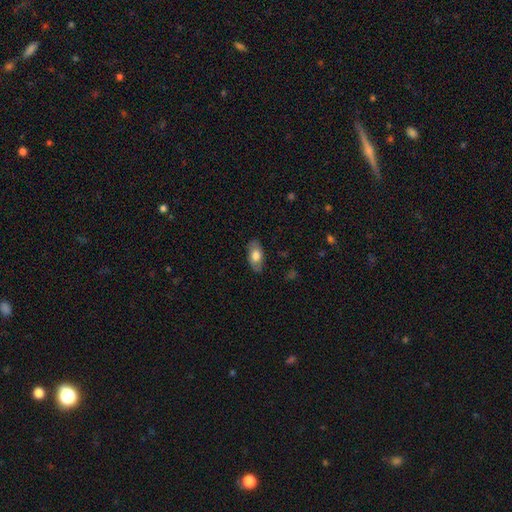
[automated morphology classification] This appears to be a smooth galaxy with no disk features (71%) that is in between round and cigar-shaped (92%). Merging: none (83%).